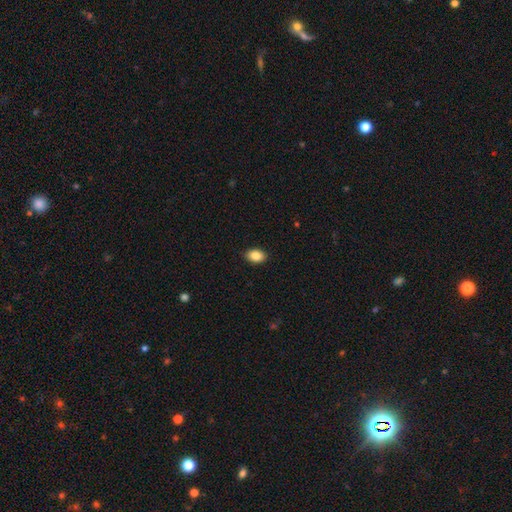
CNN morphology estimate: Smooth or featured? Predicted: smooth (p=0.87). How rounded? Predicted: in between (p=0.84). Merging? Predicted: none (p=0.90).